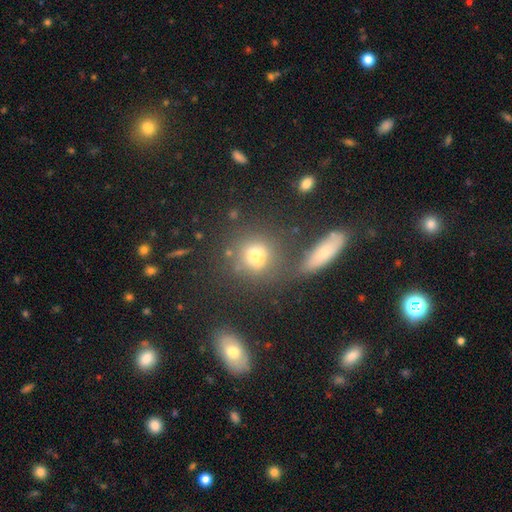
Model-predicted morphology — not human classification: This appears to be a smooth galaxy with no disk features (70%) that is round (77%). Merging: none (65%).